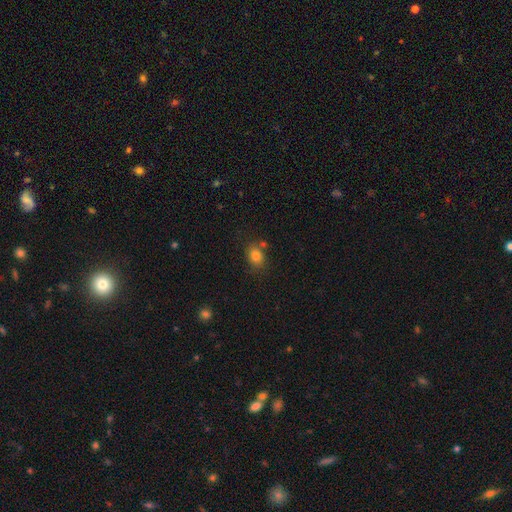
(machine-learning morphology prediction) Smooth or featured?
  - smooth: 83% *
  - star or artifact: 11%
  - featured or disk: 7%
How rounded?
  - in between: 55% *
  - round: 44%
  - cigar-shaped: 1%
Merging?
  - none: 71% *
  - minor disturbance: 14%
  - merger: 11%
  - major disturbance: 4%